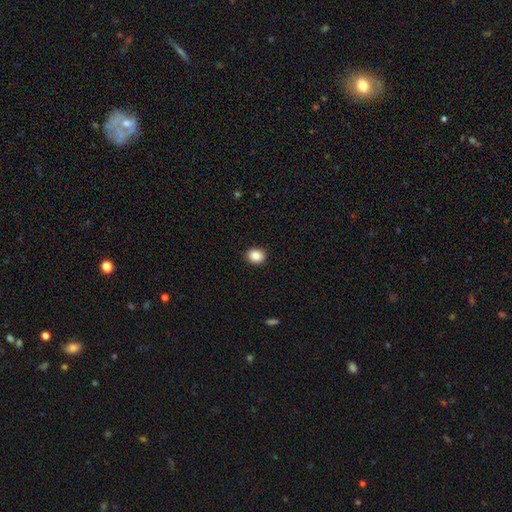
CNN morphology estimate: smooth-or-featured: smooth: 87% | star or artifact: 9% | featured or disk: 4%
  how-rounded: round: 63% | in between: 36% | cigar-shaped: 1%
  merging: none: 91% | minor disturbance: 6% | major disturbance: 2% | merger: 1%